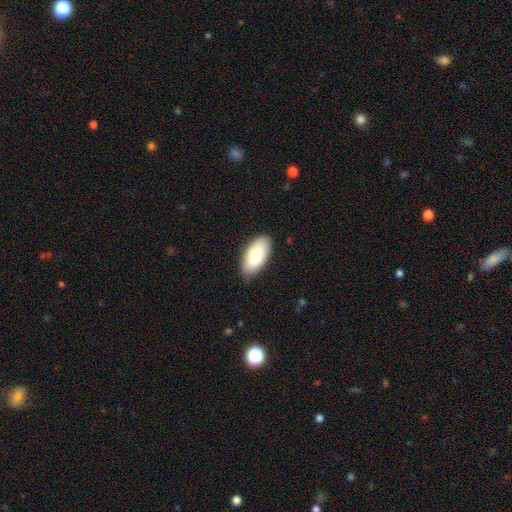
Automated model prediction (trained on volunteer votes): Smooth or featured: smooth — 82% (featured or disk — 12%)
How rounded: in between — 94% (cigar-shaped — 4%)
Merging: none — 84% (minor disturbance — 13%)